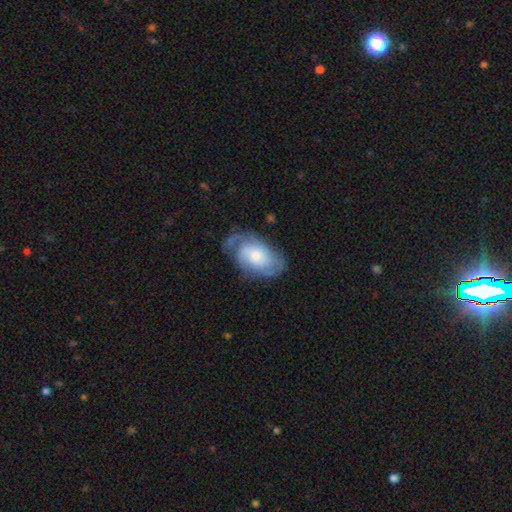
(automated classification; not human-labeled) Overall: featured or disk (63%; smooth 31%). Edge-on disk: no (96%). Bar: no (74%). Spiral arms: yes (87%). Spiral arm count: can't tell (37%; 2 32%). Spiral winding: tight (46%; medium 38%). Bulge size: moderate (43%; small 30%). Merging: none (59%; minor disturbance 26%).